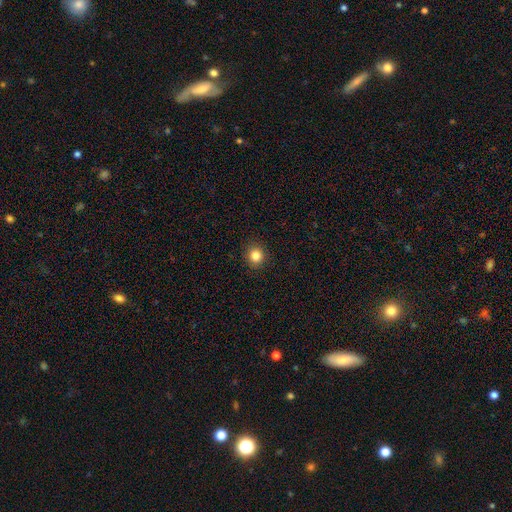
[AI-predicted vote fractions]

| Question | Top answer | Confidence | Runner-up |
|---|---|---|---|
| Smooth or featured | smooth | 84% | star or artifact (11%) |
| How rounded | round | 87% | in between (12%) |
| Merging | none | 91% | minor disturbance (6%) |